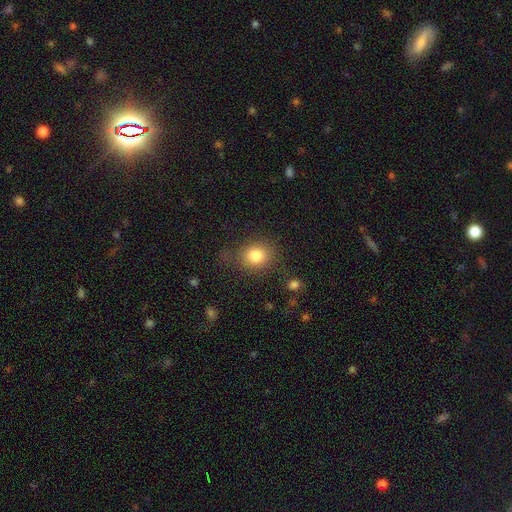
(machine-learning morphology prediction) This is clearly a smooth galaxy (82%). How rounded: likely round (67%). Merging: likely none (72%).